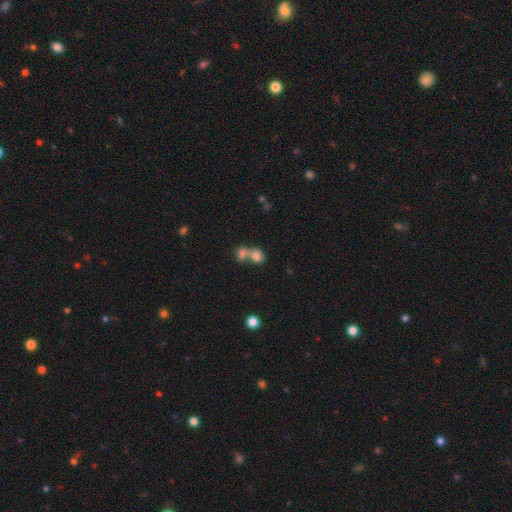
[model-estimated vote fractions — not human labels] Smooth or featured?
  - smooth: 78% *
  - featured or disk: 11%
  - star or artifact: 11%
How rounded?
  - in between: 50% *
  - round: 48%
  - cigar-shaped: 2%
Merging?
  - merger: 67% *
  - none: 23%
  - minor disturbance: 6%
  - major disturbance: 4%